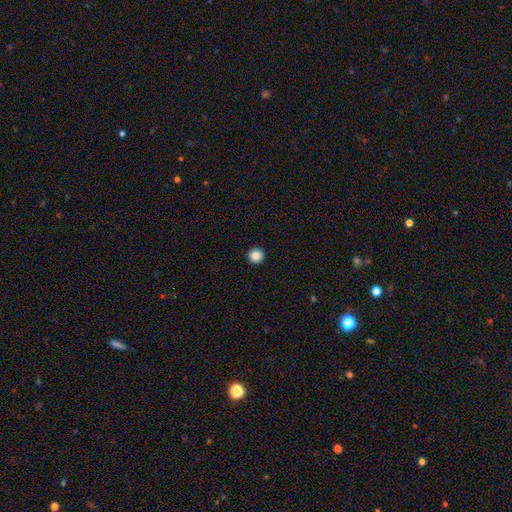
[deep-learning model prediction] Smooth or featured: smooth — 87% (star or artifact — 10%)
How rounded: round — 96% (in between — 3%)
Merging: none — 93% (minor disturbance — 4%)